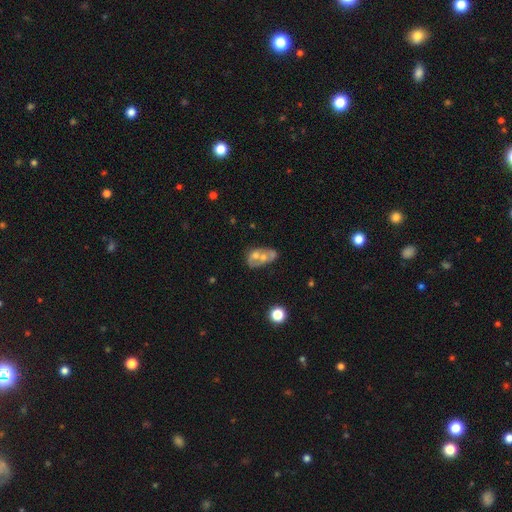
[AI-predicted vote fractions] This appears to be a smooth galaxy with no disk features (37%). Merging: none (52%).